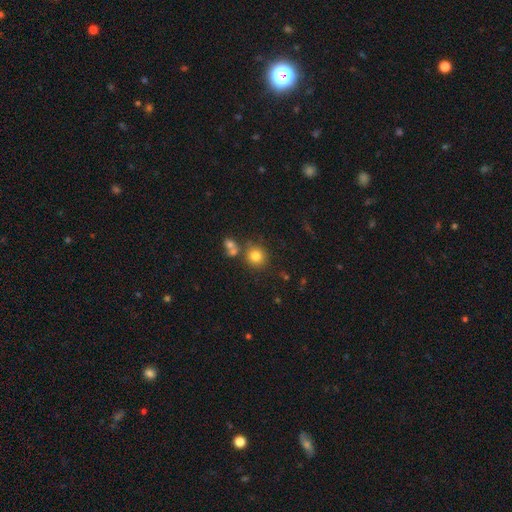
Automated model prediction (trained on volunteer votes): Smooth or featured? Predicted: smooth (p=0.80). How rounded? Predicted: round (p=0.88). Merging? Predicted: none (p=0.72).